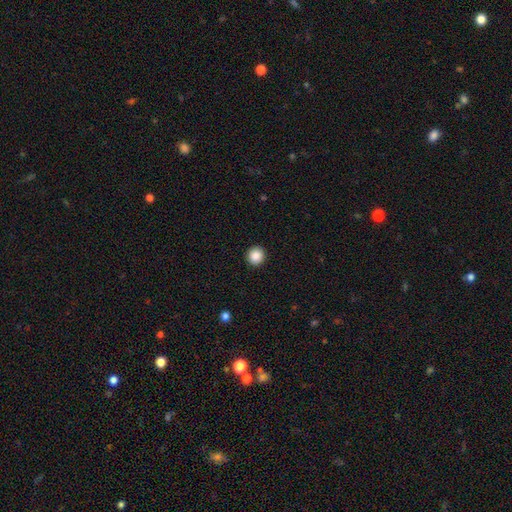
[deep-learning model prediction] Smooth or featured? Predicted: smooth (p=0.87). How rounded? Predicted: round (p=0.93). Merging? Predicted: none (p=0.93).